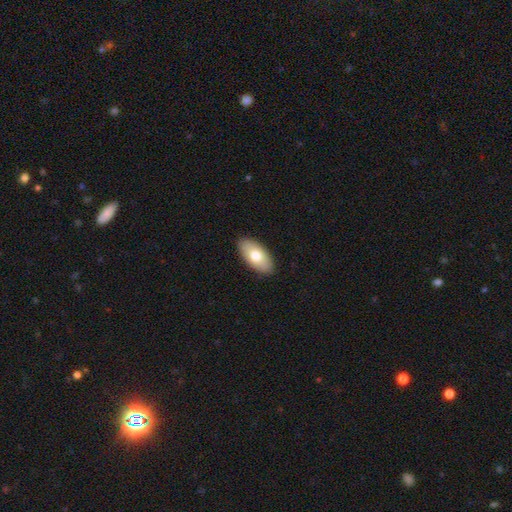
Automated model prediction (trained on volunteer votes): This is likely a smooth galaxy (74%). How rounded: clearly in between (94%). Merging: clearly none (89%).